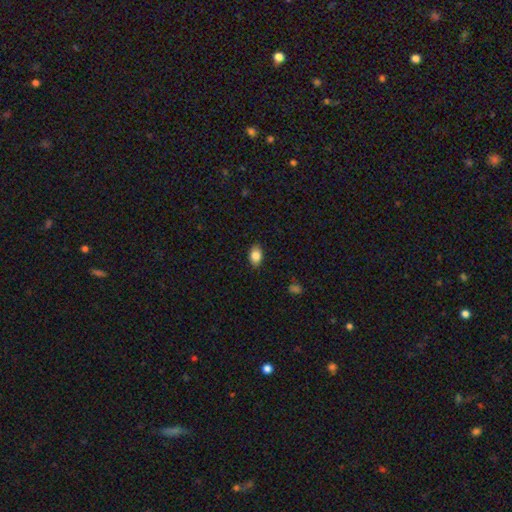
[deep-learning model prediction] smooth-or-featured: smooth: 85% | star or artifact: 8% | featured or disk: 7%
  how-rounded: in between: 86% | round: 13% | cigar-shaped: 1%
  merging: none: 88% | minor disturbance: 9% | major disturbance: 2% | merger: 1%